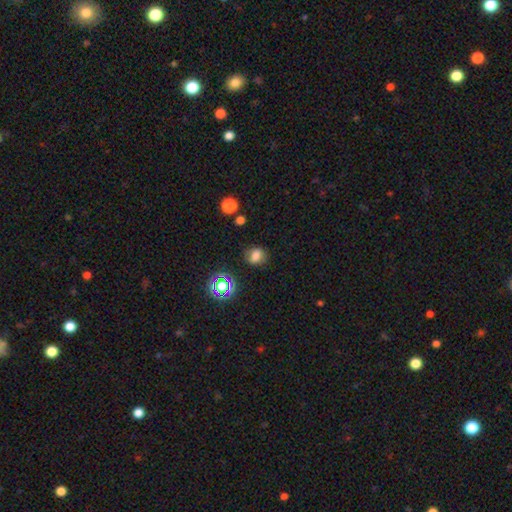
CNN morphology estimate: Smooth or featured? smooth (73%)
How rounded? round (54%)
Merging? none (79%)